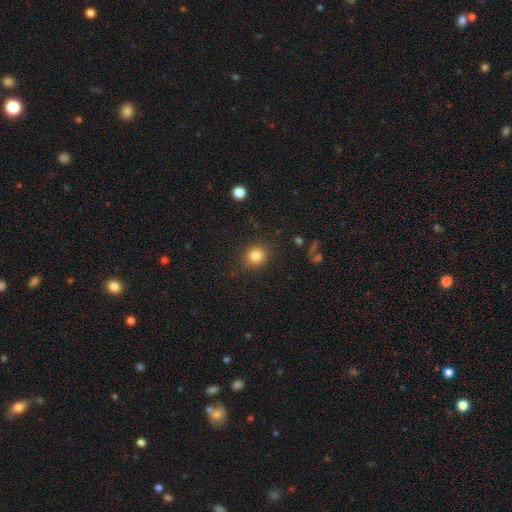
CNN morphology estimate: Smooth or featured? Predicted: smooth (p=0.84). How rounded? Predicted: round (p=0.87). Merging? Predicted: none (p=0.86).